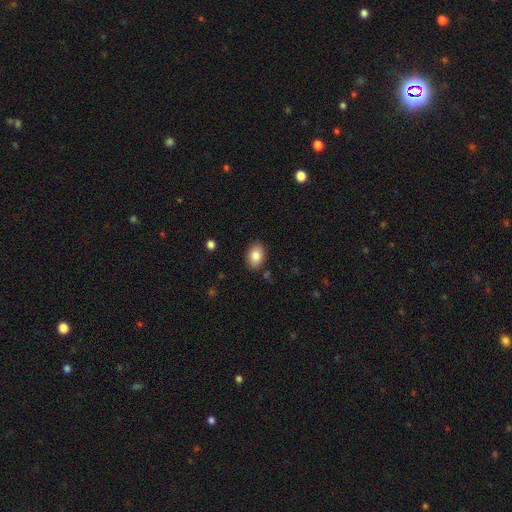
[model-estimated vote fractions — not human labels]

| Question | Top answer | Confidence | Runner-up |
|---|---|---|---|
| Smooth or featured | smooth | 85% | star or artifact (8%) |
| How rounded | in between | 84% | round (15%) |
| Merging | none | 86% | minor disturbance (10%) |